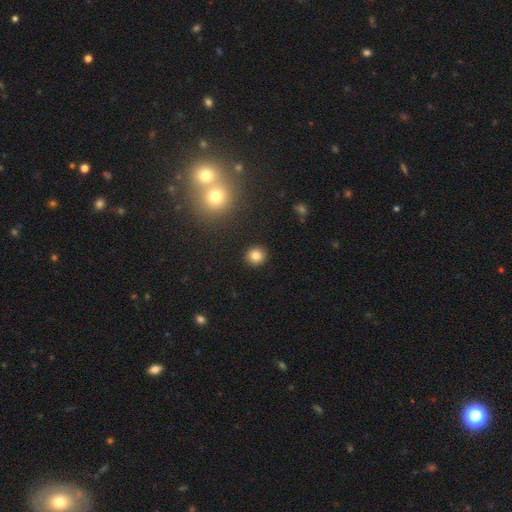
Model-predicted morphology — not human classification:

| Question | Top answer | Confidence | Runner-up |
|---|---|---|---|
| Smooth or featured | smooth | 82% | star or artifact (11%) |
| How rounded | round | 87% | in between (12%) |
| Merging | none | 91% | minor disturbance (5%) |